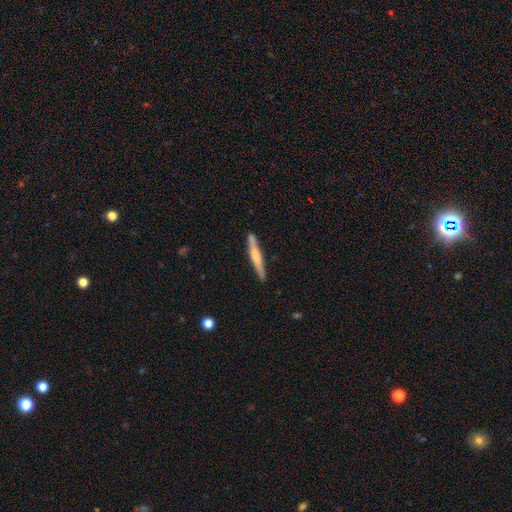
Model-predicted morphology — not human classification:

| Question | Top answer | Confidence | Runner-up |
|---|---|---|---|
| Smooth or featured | featured or disk | 54% | smooth (41%) |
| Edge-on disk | yes | 97% | no (3%) |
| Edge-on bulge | rounded | 64% | none (19%) |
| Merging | none | 88% | minor disturbance (8%) |